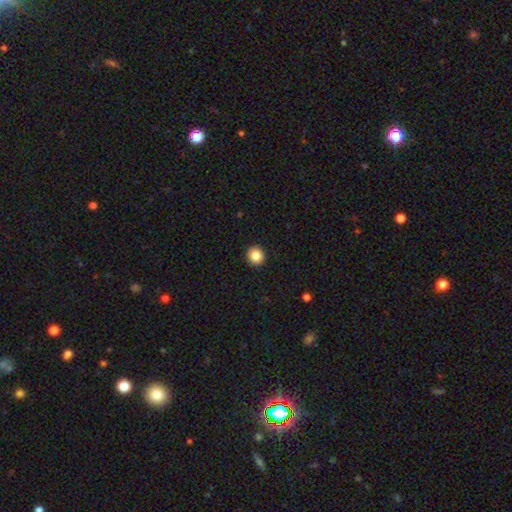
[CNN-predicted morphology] type=smooth (85%); roundness=round (93%); merging=none (94%).